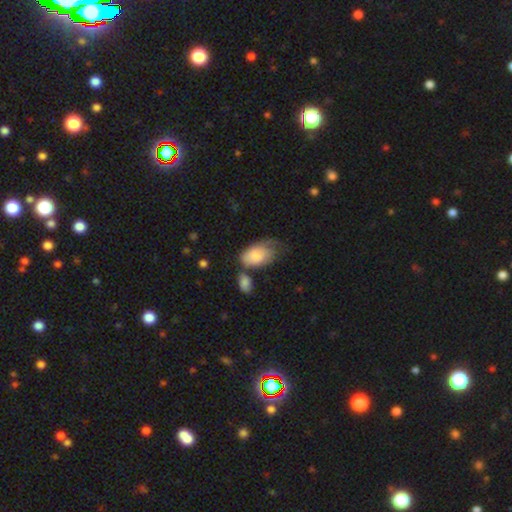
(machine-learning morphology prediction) smooth-or-featured: smooth: 80% | featured or disk: 14% | star or artifact: 6%
  how-rounded: in between: 93% | round: 6% | cigar-shaped: 1%
  merging: minor disturbance: 33% | none: 31% | major disturbance: 19% | merger: 16%